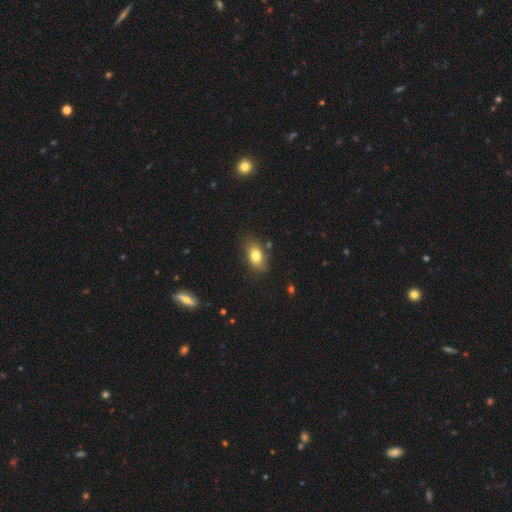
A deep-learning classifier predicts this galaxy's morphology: This appears to be a smooth galaxy with no disk features (79%) that is in between round and cigar-shaped (86%). Merging: none (75%).